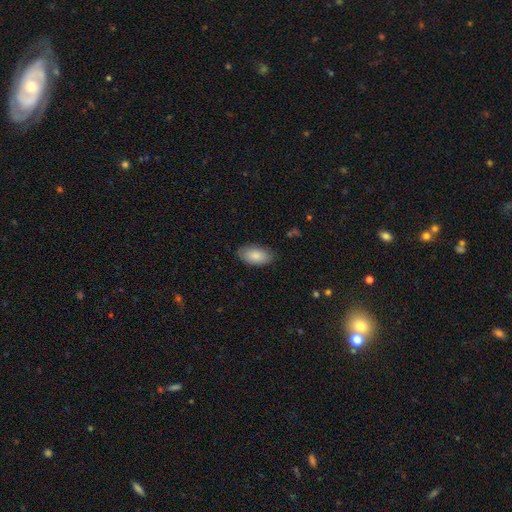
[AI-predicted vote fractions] Q: Smooth or featured?
A: smooth (85%); runner-up: featured or disk (9%)
Q: How rounded?
A: in between (95%); runner-up: round (3%)
Q: Merging?
A: none (83%); runner-up: minor disturbance (13%)